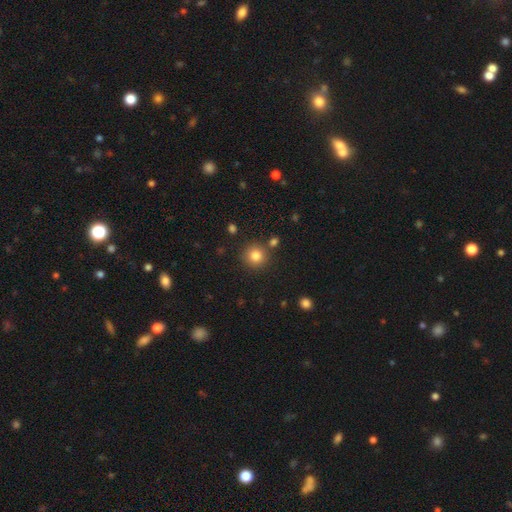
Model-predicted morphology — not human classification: A smooth galaxy with no disk features (82%) that is round (93%). Merging: none (83%).